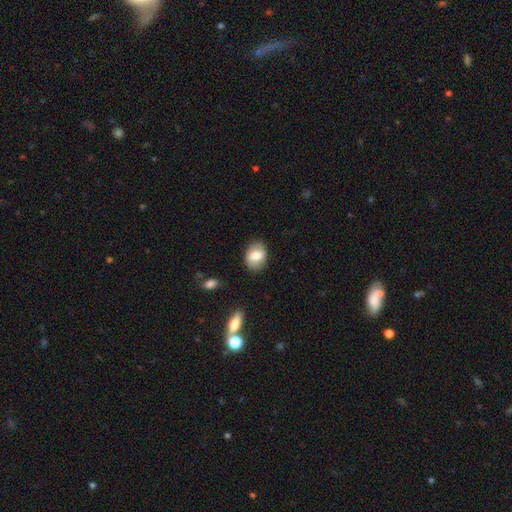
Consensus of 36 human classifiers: This is clearly a smooth galaxy (83%). How rounded: clearly in between (80%). Merging: clearly none (94%).